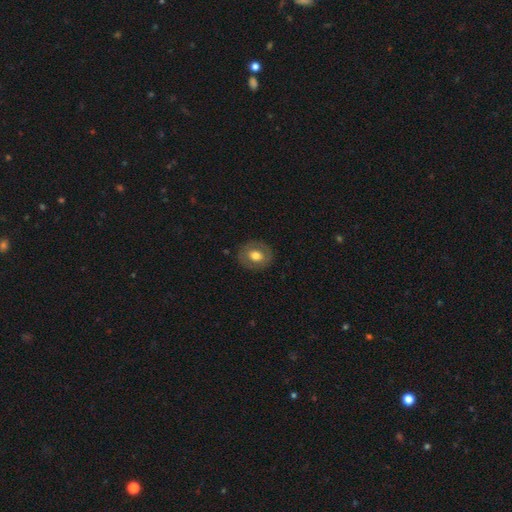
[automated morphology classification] smooth-or-featured: smooth: 63% | featured or disk: 30% | star or artifact: 7%
  how-rounded: round: 65% | in between: 34% | cigar-shaped: 1%
  merging: none: 85% | minor disturbance: 10% | major disturbance: 4% | merger: 1%